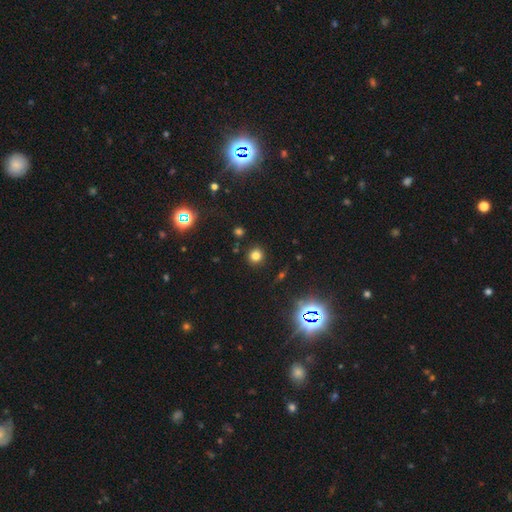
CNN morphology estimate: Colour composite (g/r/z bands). It shows a smooth galaxy with no disk features (75%) that is round (89%). Merging: none (89%).